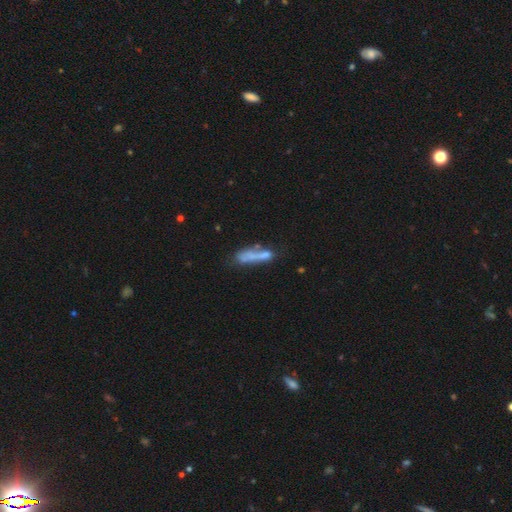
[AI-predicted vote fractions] Smooth or featured? Predicted: smooth (p=0.60). How rounded? Predicted: cigar-shaped (p=0.77). Merging? Predicted: none (p=0.44).